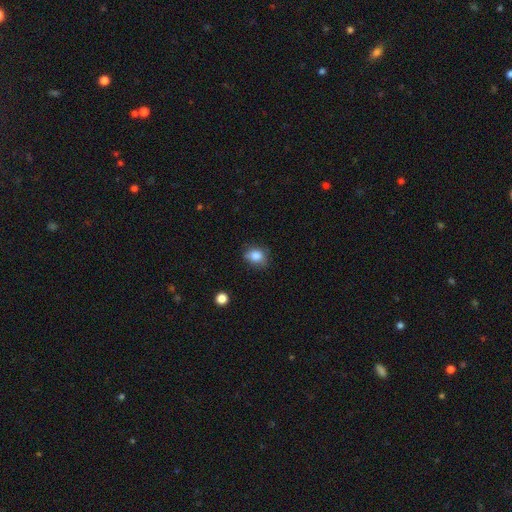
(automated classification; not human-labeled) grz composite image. It shows a smooth galaxy with no disk features (83%) that is round (50%). Merging: none (63%).